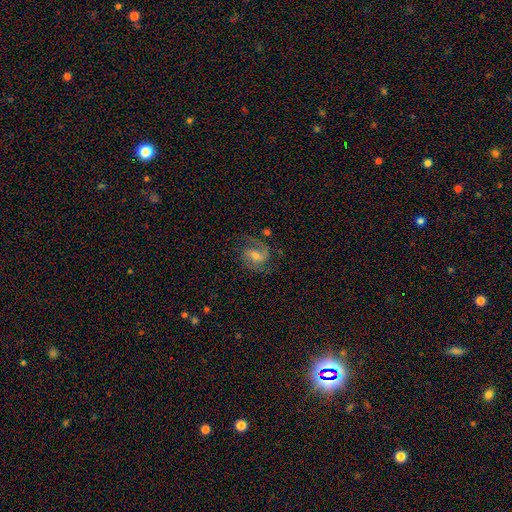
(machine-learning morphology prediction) Overall: featured or disk (80%). Edge-on disk: no (97%). Bar: weak (53%; no 27%). Spiral arms: yes (95%). Spiral arm count: 2 (78%). Spiral winding: medium (53%; loose 26%). Bulge size: moderate (53%; small 37%). Merging: none (68%).